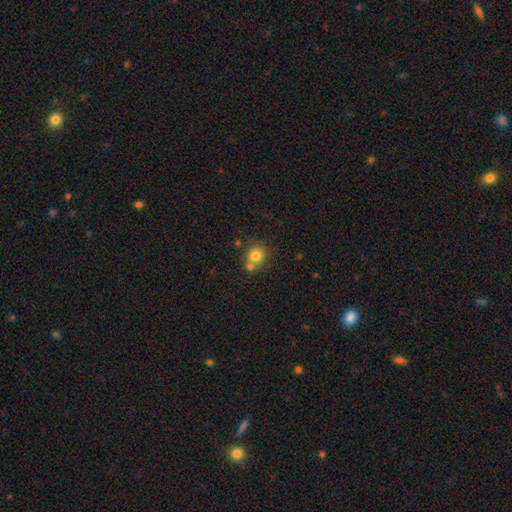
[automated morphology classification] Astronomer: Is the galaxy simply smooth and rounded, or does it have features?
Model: smooth — 78%.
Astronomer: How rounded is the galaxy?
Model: round — 84%.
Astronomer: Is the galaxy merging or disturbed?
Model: none — 57%.